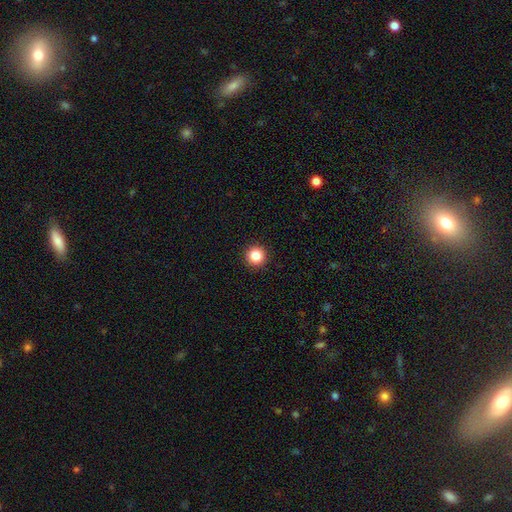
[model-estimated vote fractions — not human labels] Q: Smooth or featured?
A: smooth (86%); runner-up: star or artifact (10%)
Q: How rounded?
A: round (96%); runner-up: in between (3%)
Q: Merging?
A: none (93%); runner-up: minor disturbance (4%)